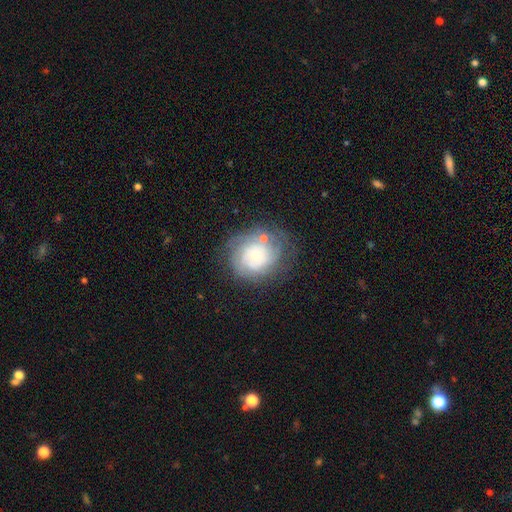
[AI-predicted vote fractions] Overall: featured or disk (65%; smooth 26%). Edge-on disk: no (97%). Bar: no (80%). Spiral arms: yes (87%). Spiral arm count: can't tell (48%; 2 17%). Spiral winding: tight (70%). Bulge size: small (53%; moderate 25%). Merging: none (64%).